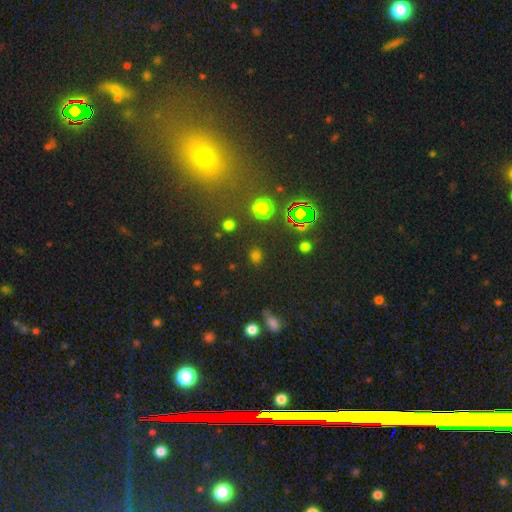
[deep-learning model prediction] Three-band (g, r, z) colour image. It shows a smooth galaxy with no disk features (56%) that is round (65%). Merging: none (83%).